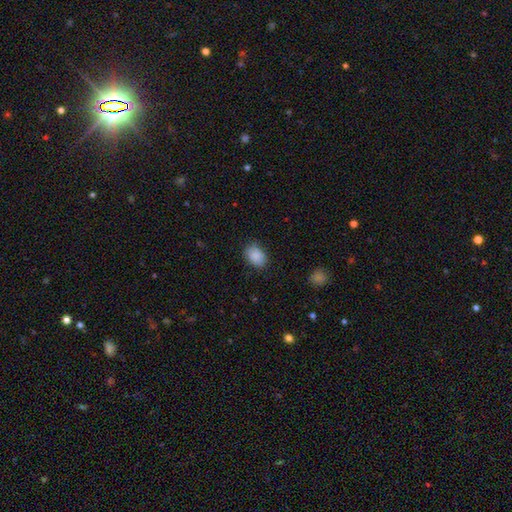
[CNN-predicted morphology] smooth-or-featured: smooth: 88% | star or artifact: 8% | featured or disk: 4%
  how-rounded: in between: 75% | round: 24% | cigar-shaped: 1%
  merging: none: 80% | minor disturbance: 16% | major disturbance: 3% | merger: 1%